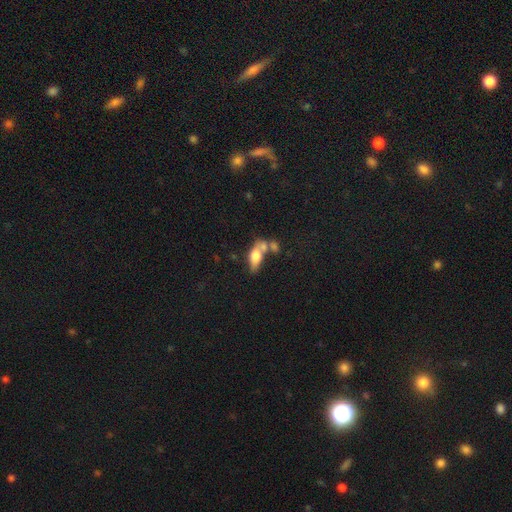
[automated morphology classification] Q: Smooth or featured?
A: smooth (66%); runner-up: featured or disk (26%)
Q: How rounded?
A: in between (80%); runner-up: cigar-shaped (13%)
Q: Merging?
A: merger (49%); runner-up: none (27%)